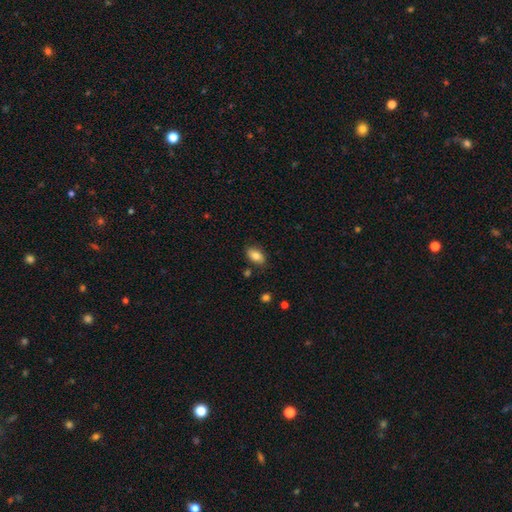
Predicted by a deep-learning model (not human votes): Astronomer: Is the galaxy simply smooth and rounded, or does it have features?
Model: smooth — 83%.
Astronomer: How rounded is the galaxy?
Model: in between — 91%.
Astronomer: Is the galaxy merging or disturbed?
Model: none — 83%.